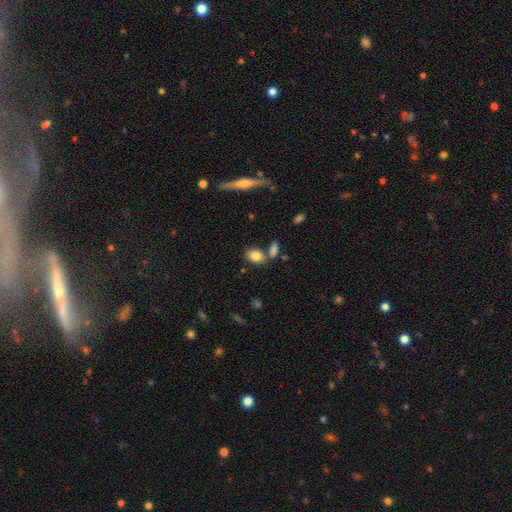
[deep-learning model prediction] smooth_or_featured: smooth (p=0.83) [alt: featured or disk p=0.09]
how_rounded: in between (p=0.76) [alt: round p=0.21]
merging: none (p=0.67) [alt: merger p=0.16]